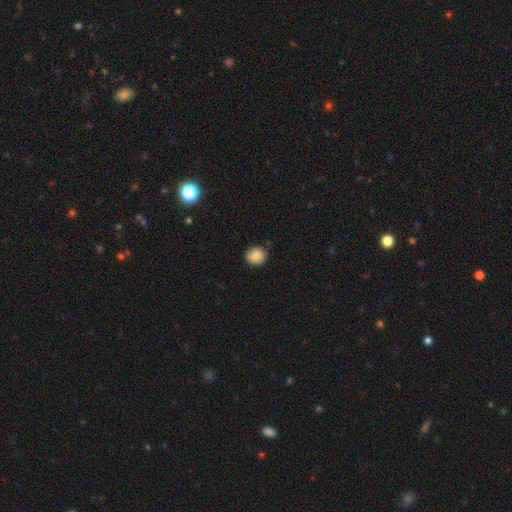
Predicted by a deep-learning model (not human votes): Smooth or featured? smooth (86%)
How rounded? round (87%)
Merging? none (89%)